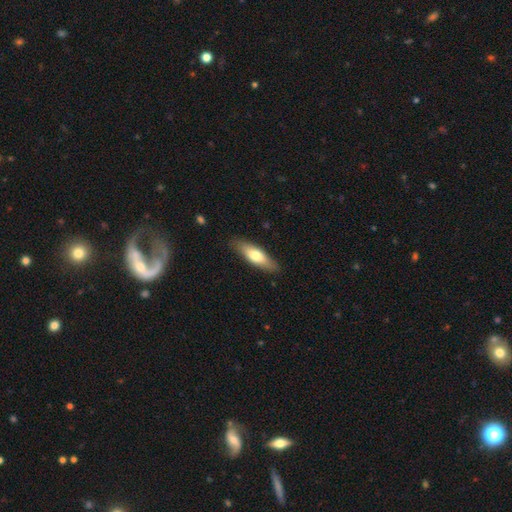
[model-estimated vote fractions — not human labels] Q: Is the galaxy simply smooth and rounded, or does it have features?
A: smooth — 68%.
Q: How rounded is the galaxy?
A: in between — 50%.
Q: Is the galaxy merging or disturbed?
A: none — 86%.